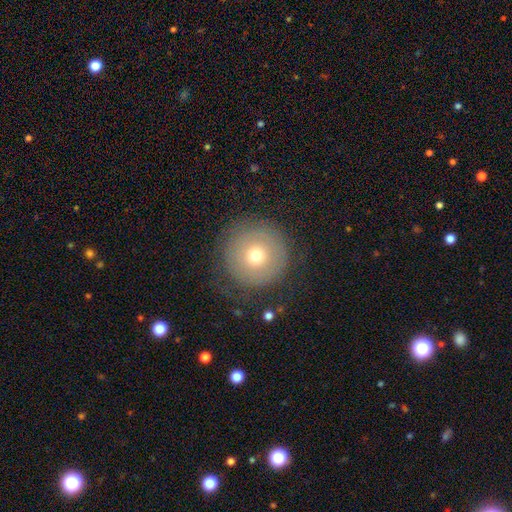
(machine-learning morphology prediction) Smooth or featured? Predicted: smooth (p=0.63). How rounded? Predicted: round (p=0.96). Merging? Predicted: none (p=0.77).